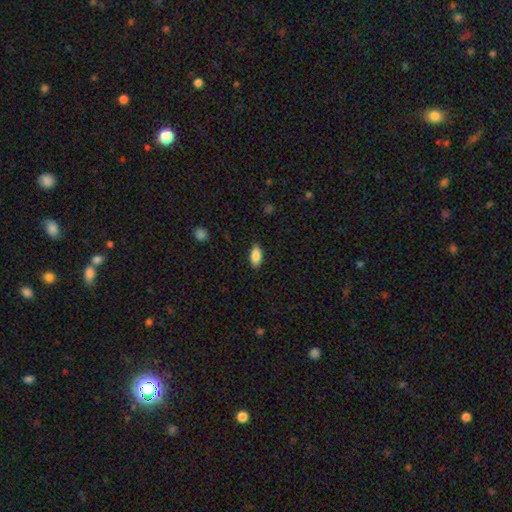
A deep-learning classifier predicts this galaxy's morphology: Smooth or featured? Predicted: smooth (p=0.88). How rounded? Predicted: in between (p=0.86). Merging? Predicted: none (p=0.87).